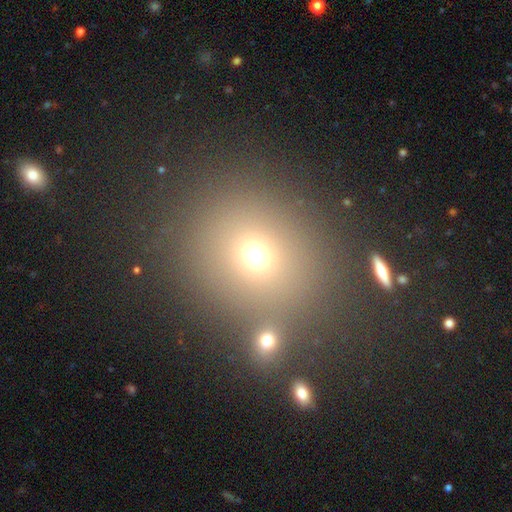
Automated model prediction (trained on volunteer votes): Overall: smooth (67%). How rounded: round (85%). Merging: none (75%).